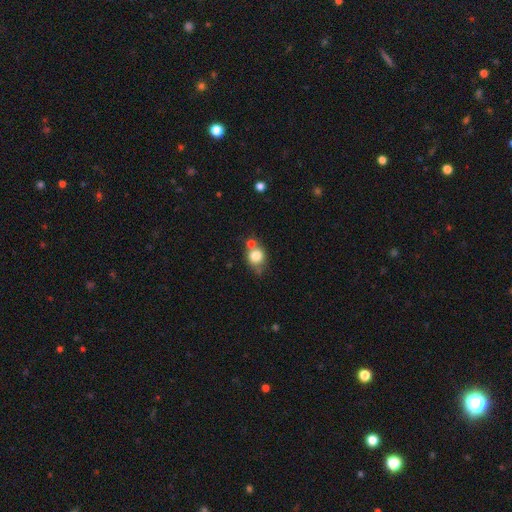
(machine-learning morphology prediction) type=smooth (78%); roundness=round (71%); merging=none (50%).